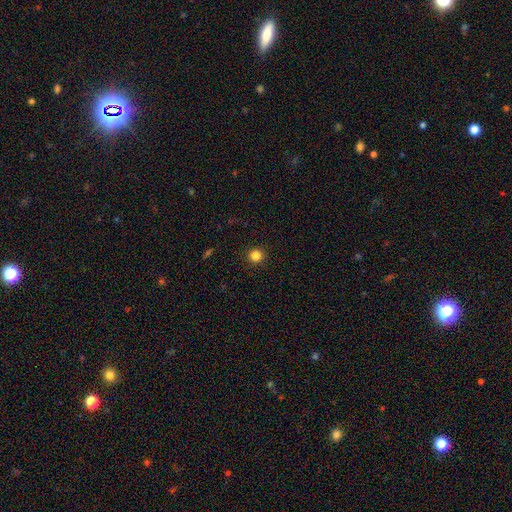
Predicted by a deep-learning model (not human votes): Overall: smooth (84%). How rounded: round (95%). Merging: none (93%).